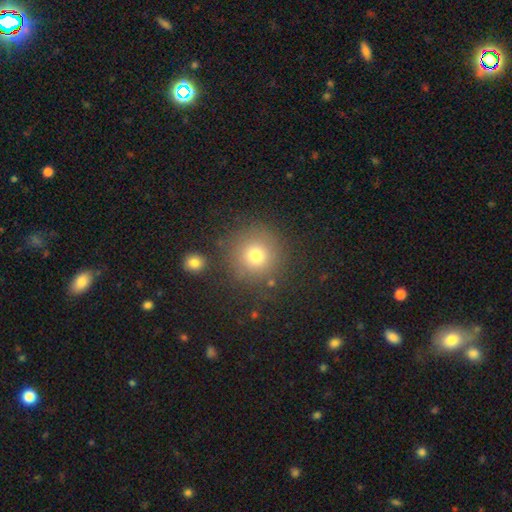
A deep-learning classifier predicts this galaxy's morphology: Smooth or featured: smooth — 75% (star or artifact — 15%)
How rounded: round — 94% (in between — 5%)
Merging: none — 82% (minor disturbance — 9%)